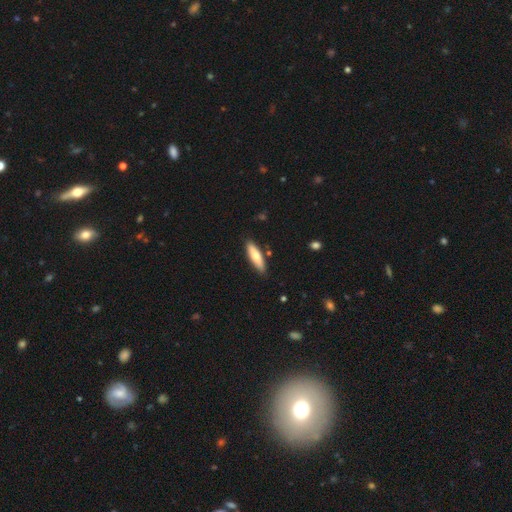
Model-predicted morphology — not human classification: smooth_or_featured: smooth (p=0.72) [alt: featured or disk p=0.22]
how_rounded: cigar-shaped (p=0.63) [alt: in between p=0.36]
merging: none (p=0.85) [alt: minor disturbance p=0.11]